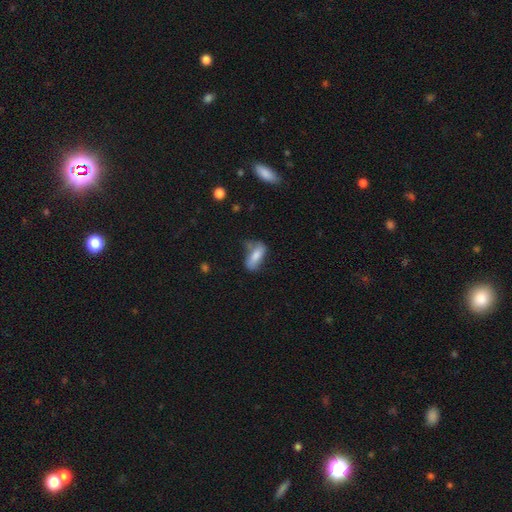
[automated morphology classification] smooth-or-featured: smooth: 68% | featured or disk: 24% | star or artifact: 8%
  how-rounded: in between: 79% | cigar-shaped: 18% | round: 3%
  merging: none: 42% | minor disturbance: 32% | major disturbance: 18% | merger: 8%